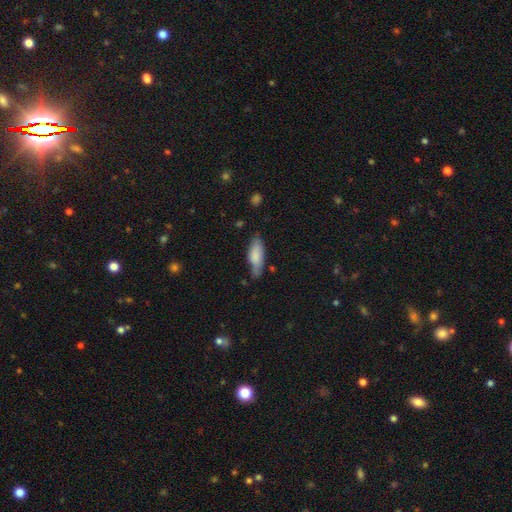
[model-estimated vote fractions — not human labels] Smooth or featured: smooth — 78% (featured or disk — 16%)
How rounded: in between — 65% (cigar-shaped — 33%)
Merging: none — 61% (minor disturbance — 29%)